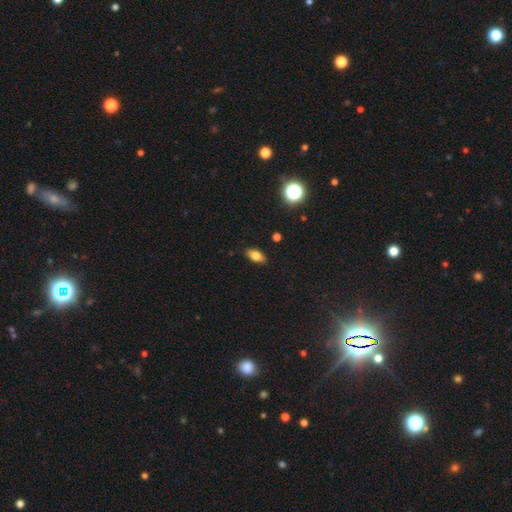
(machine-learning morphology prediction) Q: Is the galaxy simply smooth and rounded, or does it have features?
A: smooth — 78%.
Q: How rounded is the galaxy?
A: in between — 87%.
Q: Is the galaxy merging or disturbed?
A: none — 88%.